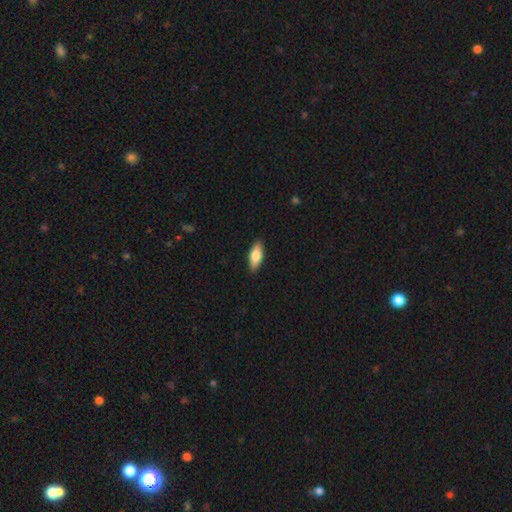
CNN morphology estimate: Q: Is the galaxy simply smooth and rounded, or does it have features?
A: smooth — 74%.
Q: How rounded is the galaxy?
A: in between — 74%.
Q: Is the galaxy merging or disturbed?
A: none — 89%.